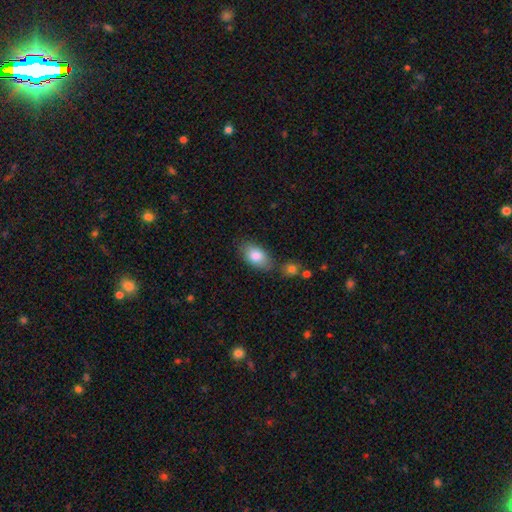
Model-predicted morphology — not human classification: Smooth or featured? Predicted: smooth (p=0.83). How rounded? Predicted: in between (p=0.91). Merging? Predicted: none (p=0.72).